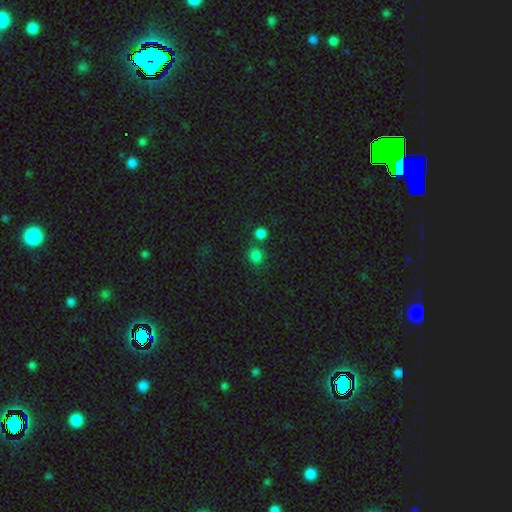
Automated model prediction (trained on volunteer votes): smooth-or-featured: smooth: 80% | star or artifact: 16% | featured or disk: 4%
  how-rounded: round: 81% | in between: 18% | cigar-shaped: 1%
  merging: none: 68% | merger: 20% | minor disturbance: 9% | major disturbance: 4%